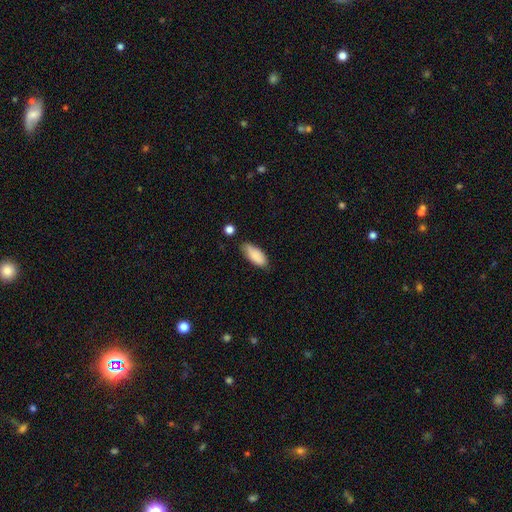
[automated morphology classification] Smooth or featured?
  - smooth: 87% *
  - star or artifact: 7%
  - featured or disk: 7%
How rounded?
  - in between: 82% *
  - cigar-shaped: 16%
  - round: 2%
Merging?
  - none: 70% *
  - minor disturbance: 23%
  - major disturbance: 4%
  - merger: 3%